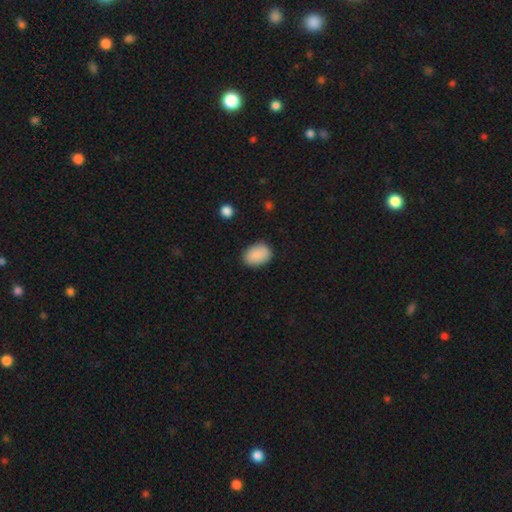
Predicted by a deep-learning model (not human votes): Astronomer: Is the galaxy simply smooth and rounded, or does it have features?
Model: smooth — 88%.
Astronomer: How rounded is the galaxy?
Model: in between — 80%.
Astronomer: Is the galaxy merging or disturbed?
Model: none — 83%.